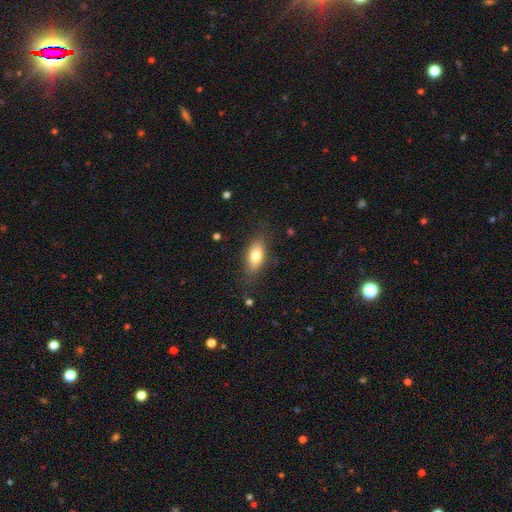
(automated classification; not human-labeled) This appears to be a smooth galaxy with no disk features (75%) that is in between round and cigar-shaped (82%). Merging: none (79%).